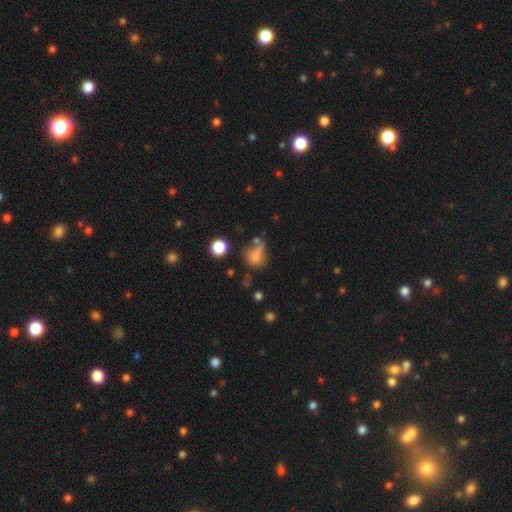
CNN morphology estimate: A smooth galaxy with no disk features (64%) that is round (58%). Merging: none (43%).